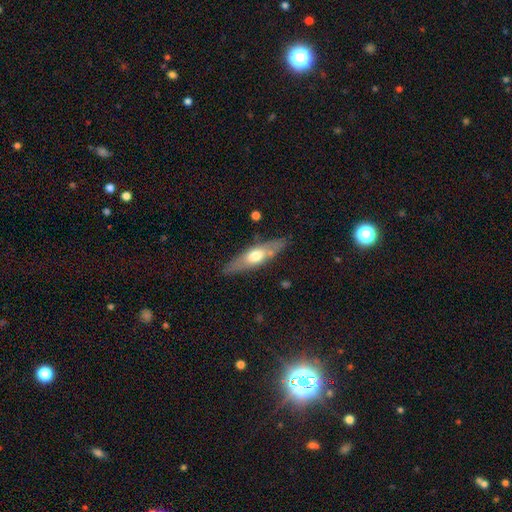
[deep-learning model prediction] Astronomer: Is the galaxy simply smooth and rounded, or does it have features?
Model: featured or disk — 48% (runner-up: smooth, 47%).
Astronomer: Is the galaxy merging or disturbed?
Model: none — 81%.